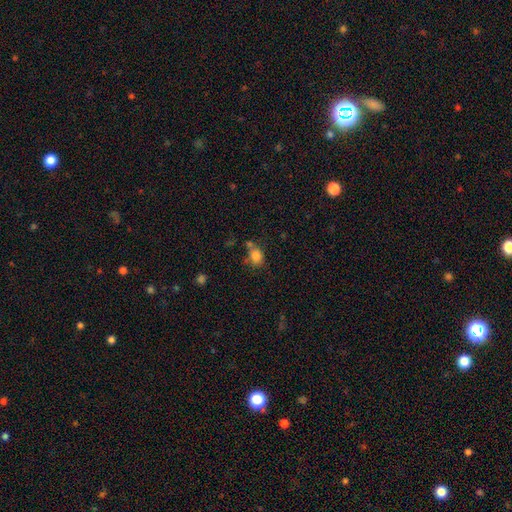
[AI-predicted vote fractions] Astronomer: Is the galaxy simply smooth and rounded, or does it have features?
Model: smooth — 81%.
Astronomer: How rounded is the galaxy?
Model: in between — 53% (runner-up: round, 46%).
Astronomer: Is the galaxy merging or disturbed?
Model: none — 51%.